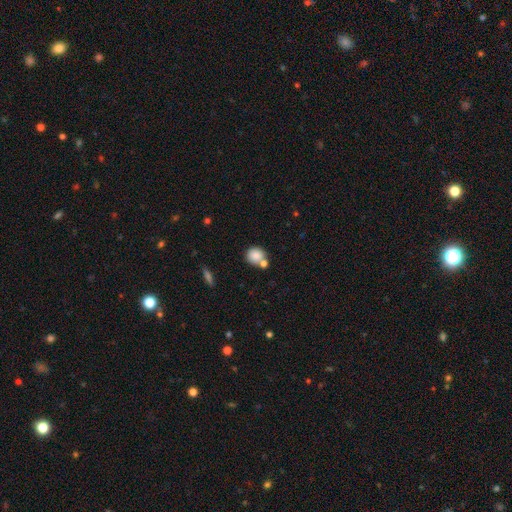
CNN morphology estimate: Smooth or featured: smooth — 84% (star or artifact — 9%)
How rounded: round — 77% (in between — 22%)
Merging: none — 54% (merger — 29%)